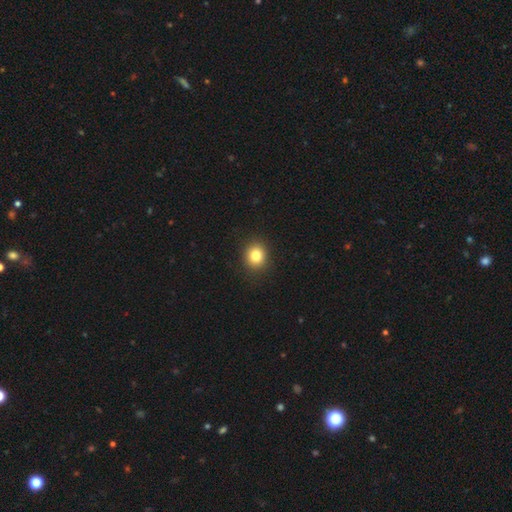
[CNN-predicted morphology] Smooth or featured: smooth — 81% (star or artifact — 11%)
How rounded: round — 80% (in between — 19%)
Merging: none — 91% (minor disturbance — 6%)